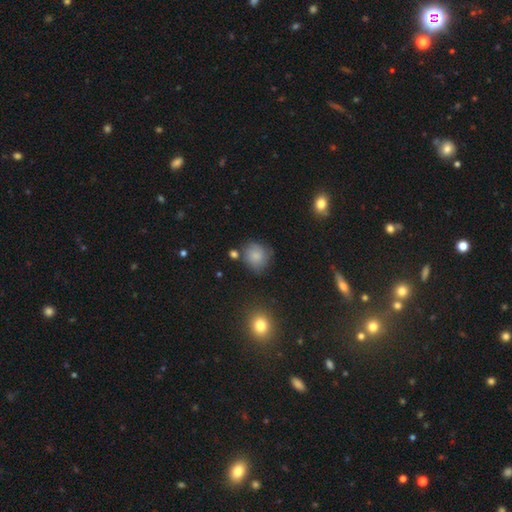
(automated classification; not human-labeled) The model was most divided on "merging": none: 66%, minor disturbance: 23%, major disturbance: 6%, merger: 5%. More confident: how rounded — round (79%); smooth or featured — smooth (78%).